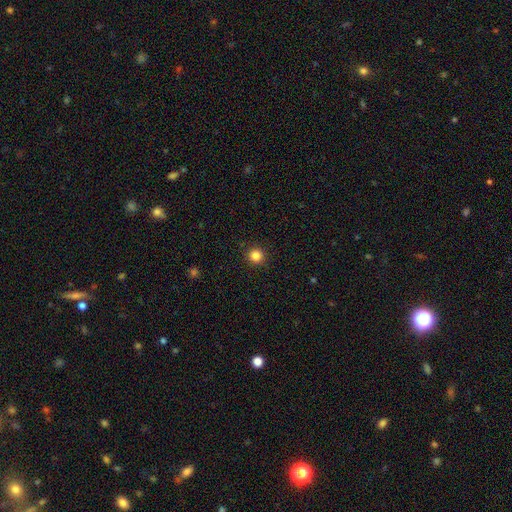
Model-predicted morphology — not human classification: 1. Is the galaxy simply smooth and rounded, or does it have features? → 85% smooth, 12% star or artifact, 3% featured or disk.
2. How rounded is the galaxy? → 95% round, 4% in between, 1% cigar-shaped.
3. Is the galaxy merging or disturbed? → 93% none, 5% minor disturbance, 2% major disturbance, 1% merger.